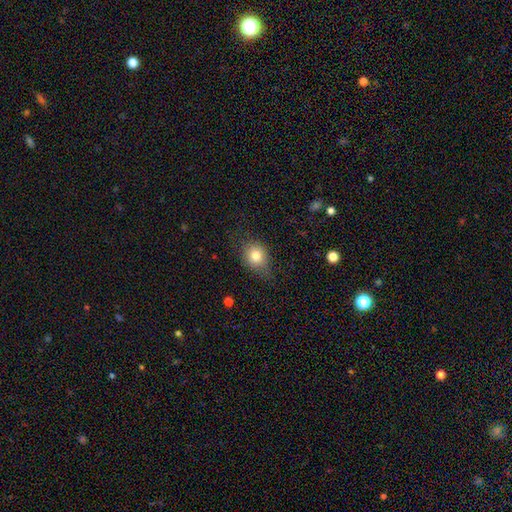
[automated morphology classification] type=smooth (78%); roundness=round (59%); merging=none (66%).